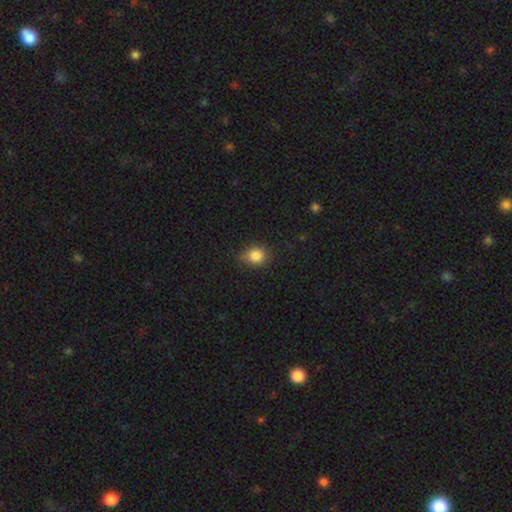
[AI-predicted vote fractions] smooth 85%, star or artifact 10%, featured or disk 4%. Down the decision tree: how rounded — round (67%); merging — none (79%).